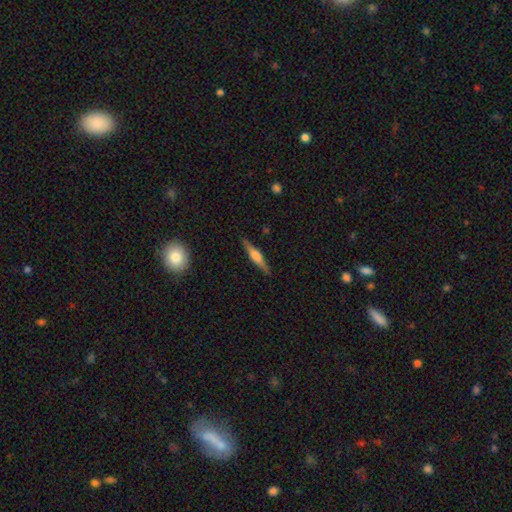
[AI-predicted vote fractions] This appears to be a featured or disk galaxy (64%) viewed edge-on (97%) with a rounded central bulge (72%). Merging: none (89%).